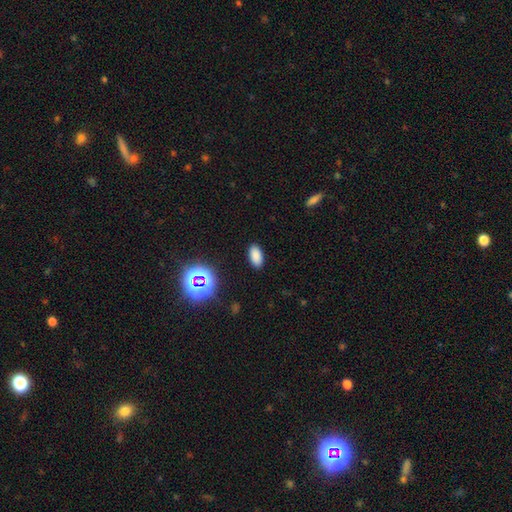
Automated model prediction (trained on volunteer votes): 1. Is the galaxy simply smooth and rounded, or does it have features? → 81% smooth, 14% star or artifact, 4% featured or disk.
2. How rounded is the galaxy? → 92% in between, 4% cigar-shaped, 4% round.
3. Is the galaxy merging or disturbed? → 89% none, 7% minor disturbance, 2% major disturbance, 1% merger.